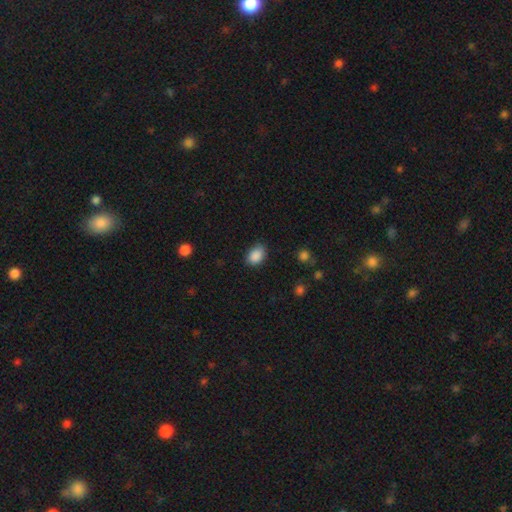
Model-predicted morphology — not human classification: Smooth or featured?
  - smooth: 89% *
  - star or artifact: 8%
  - featured or disk: 3%
How rounded?
  - in between: 79% *
  - round: 20%
  - cigar-shaped: 1%
Merging?
  - none: 79% *
  - minor disturbance: 17%
  - major disturbance: 3%
  - merger: 1%